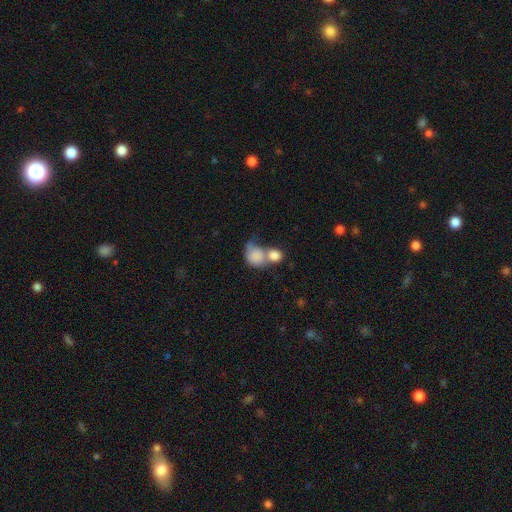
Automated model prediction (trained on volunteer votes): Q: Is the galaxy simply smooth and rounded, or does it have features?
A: smooth — 80%.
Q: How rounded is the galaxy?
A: round — 62%.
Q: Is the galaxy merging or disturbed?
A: merger — 64%.